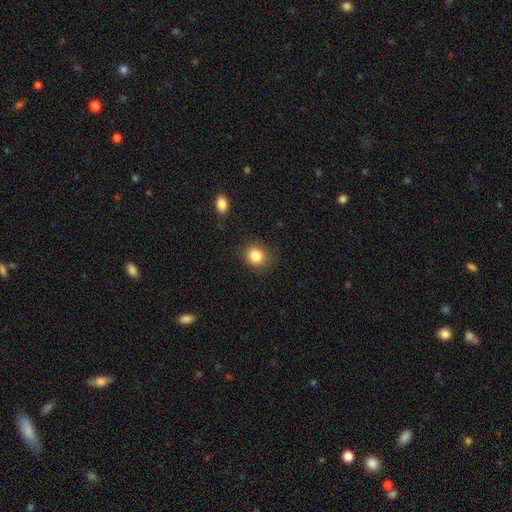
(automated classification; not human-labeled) Smooth or featured? Predicted: smooth (p=0.84). How rounded? Predicted: round (p=0.66). Merging? Predicted: none (p=0.83).